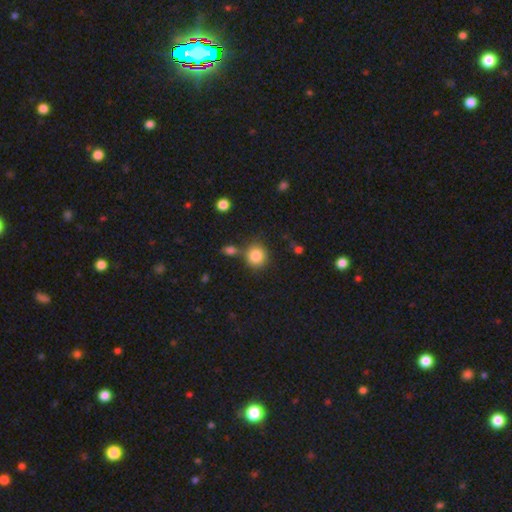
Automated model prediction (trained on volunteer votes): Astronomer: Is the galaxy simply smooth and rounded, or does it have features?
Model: smooth — 85%.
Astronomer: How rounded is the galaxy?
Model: round — 88%.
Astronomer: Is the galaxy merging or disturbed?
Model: none — 72%.